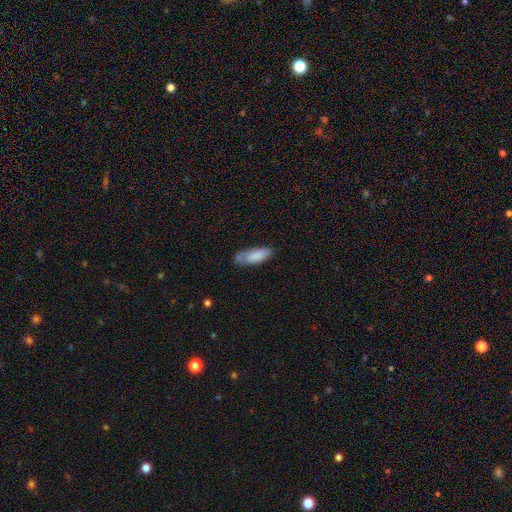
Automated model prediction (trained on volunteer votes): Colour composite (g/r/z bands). It shows a smooth galaxy with no disk features (82%) that is in between round and cigar-shaped (69%). Merging: none (61%).